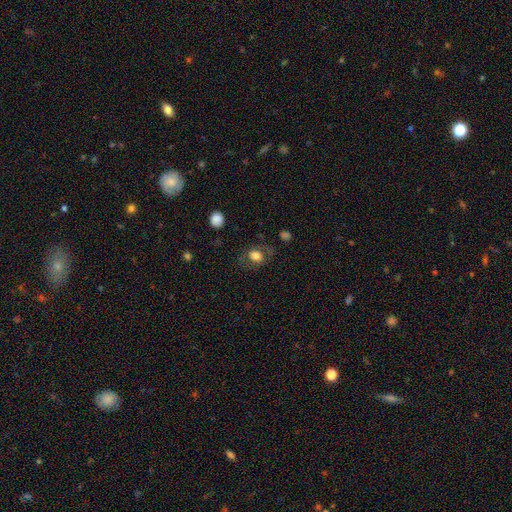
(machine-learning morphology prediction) smooth 71%, featured or disk 20%, star or artifact 9%. Down the decision tree: how rounded — in between (54%); merging — none (71%).